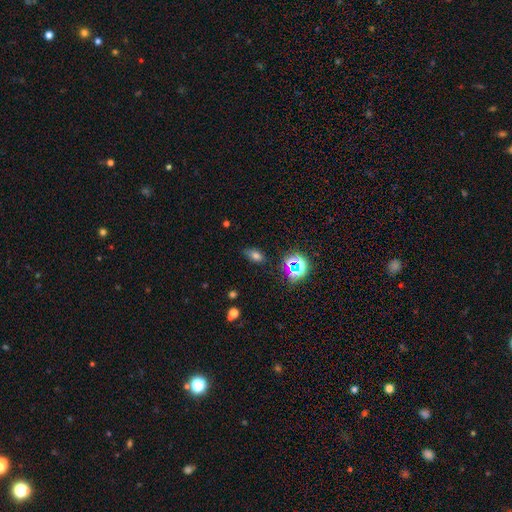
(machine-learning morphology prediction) This is likely a smooth galaxy (67%). How rounded: clearly in between (83%). Merging: likely none (75%).